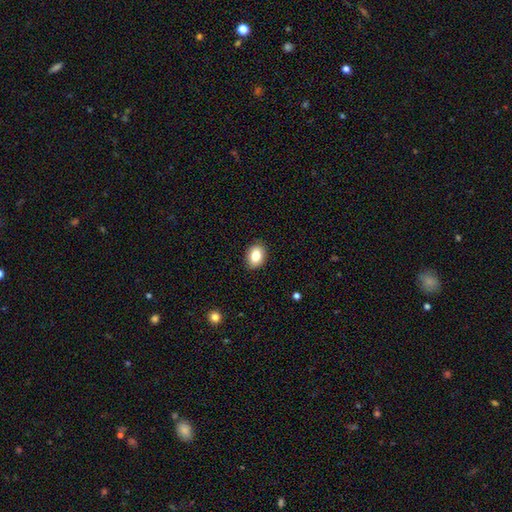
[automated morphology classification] Smooth or featured: smooth — 84% (featured or disk — 8%)
How rounded: in between — 71% (round — 28%)
Merging: none — 89% (minor disturbance — 8%)